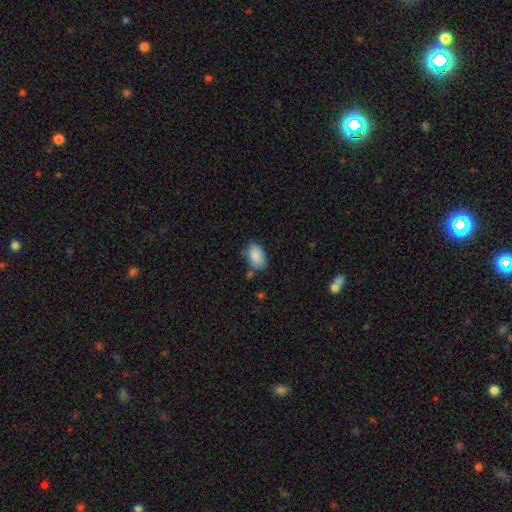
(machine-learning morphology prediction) Smooth or featured? Predicted: smooth (p=0.87). How rounded? Predicted: in between (p=0.93). Merging? Predicted: none (p=0.65).